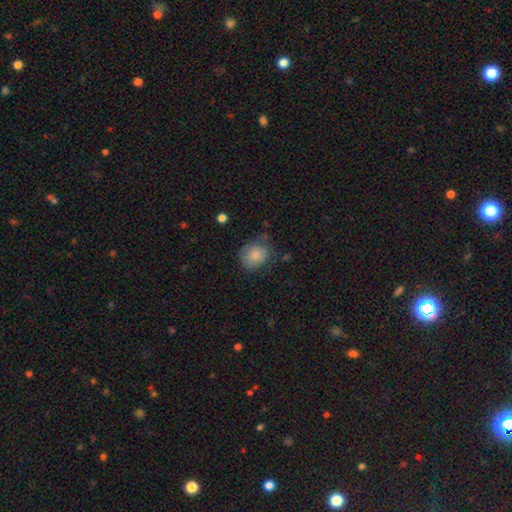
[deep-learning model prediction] Smooth or featured? Predicted: smooth (p=0.79). How rounded? Predicted: round (p=0.63). Merging? Predicted: none (p=0.53).